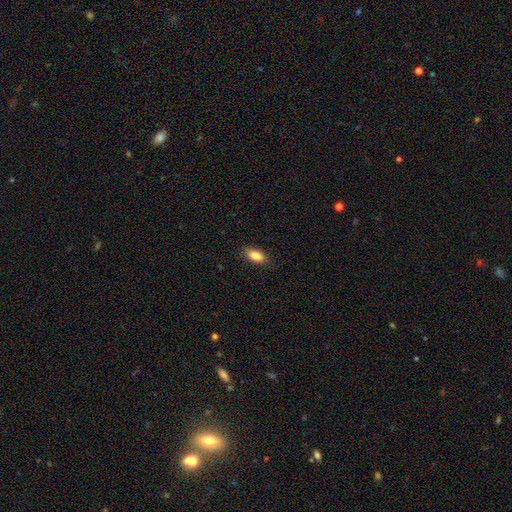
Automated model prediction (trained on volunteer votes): Smooth or featured: smooth — 84% (featured or disk — 8%)
How rounded: in between — 86% (cigar-shaped — 10%)
Merging: none — 87% (minor disturbance — 10%)